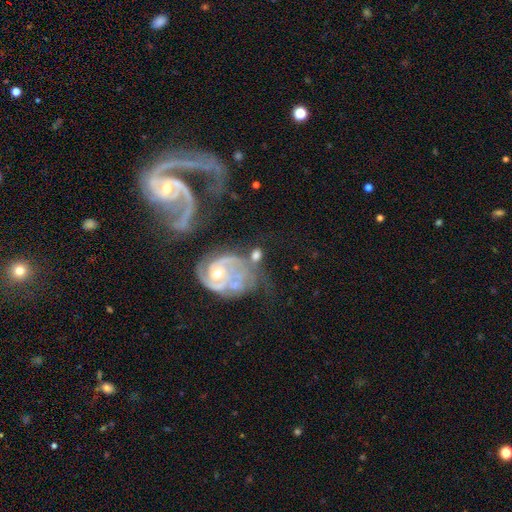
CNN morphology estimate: Smooth or featured? featured or disk (54%)
Edge-on disk? no (95%)
Bar? no (62%)
Spiral arms? yes (82%)
Bulge size? moderate (52%)
Merging? none (40%)